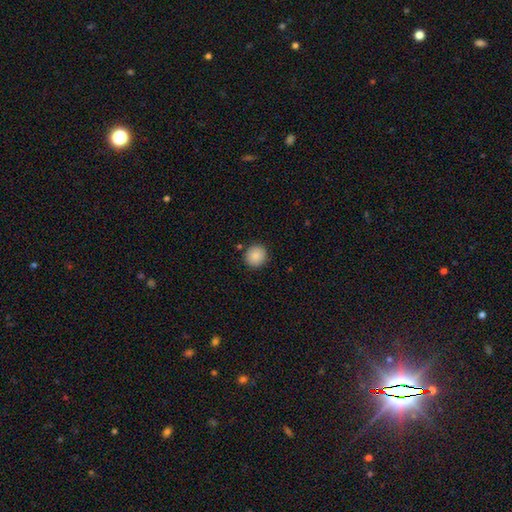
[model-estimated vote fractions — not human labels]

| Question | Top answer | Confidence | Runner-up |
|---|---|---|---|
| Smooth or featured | smooth | 87% | star or artifact (8%) |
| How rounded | round | 92% | in between (7%) |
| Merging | none | 90% | minor disturbance (6%) |